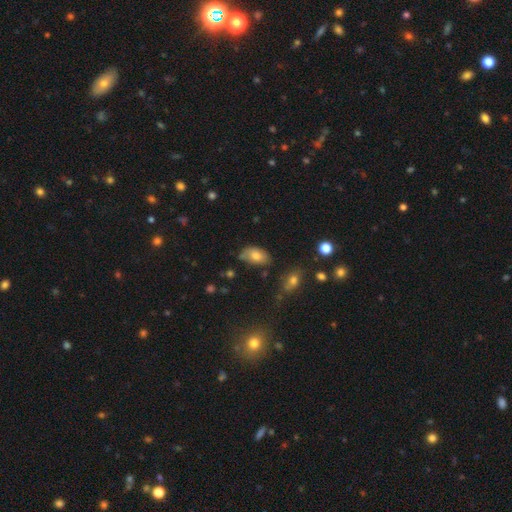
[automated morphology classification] Q: Smooth or featured?
A: smooth (77%); runner-up: featured or disk (13%)
Q: How rounded?
A: in between (90%); runner-up: round (8%)
Q: Merging?
A: none (57%); runner-up: minor disturbance (30%)